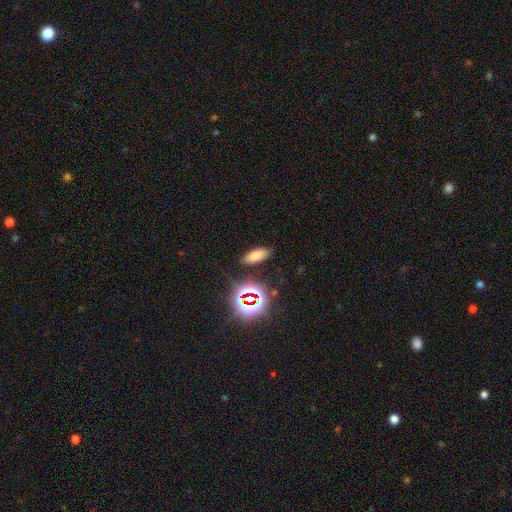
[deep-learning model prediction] smooth 70%, star or artifact 22%, featured or disk 8%. Down the decision tree: how rounded — in between (78%); merging — none (85%).